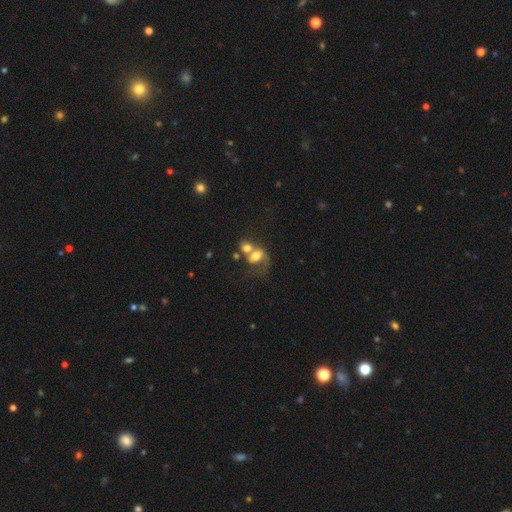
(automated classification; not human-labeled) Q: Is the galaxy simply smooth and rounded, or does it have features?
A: smooth — 53%.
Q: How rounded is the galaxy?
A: in between — 65%.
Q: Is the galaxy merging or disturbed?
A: merger — 68%.